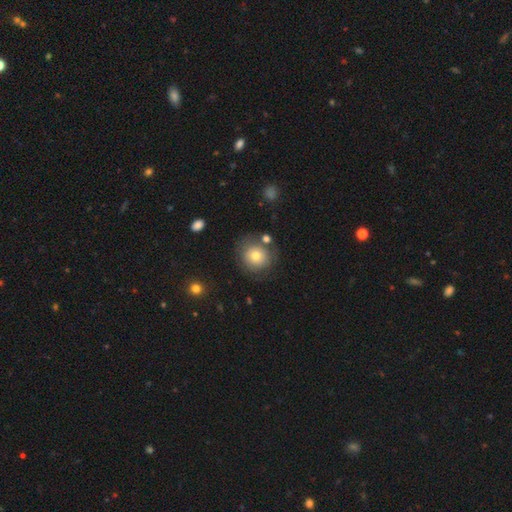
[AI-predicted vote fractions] Smooth or featured: smooth — 67% (featured or disk — 23%)
How rounded: round — 89% (in between — 10%)
Merging: none — 72% (minor disturbance — 14%)